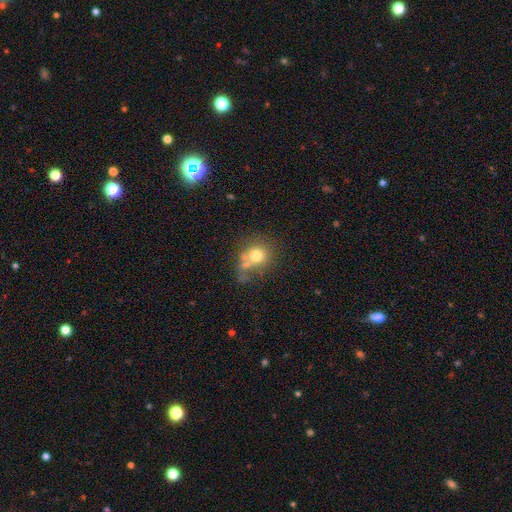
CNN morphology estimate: This appears to be a smooth galaxy with no disk features (71%) that is round (77%). Merging: none (40%).